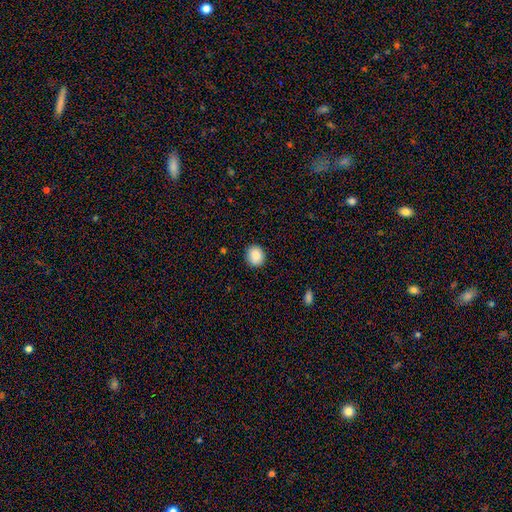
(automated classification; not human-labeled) The model was most divided on "how rounded": round: 77%, in between: 22%, cigar-shaped: 1%. More confident: merging — none (90%); smooth or featured — smooth (88%).